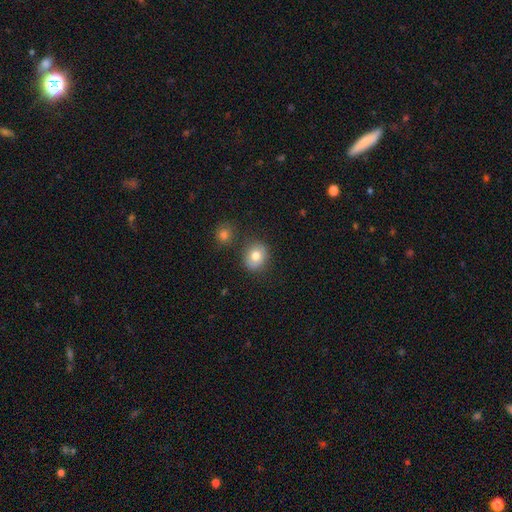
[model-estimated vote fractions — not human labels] This is likely a smooth galaxy (78%). How rounded: likely round (68%). Merging: likely none (79%).